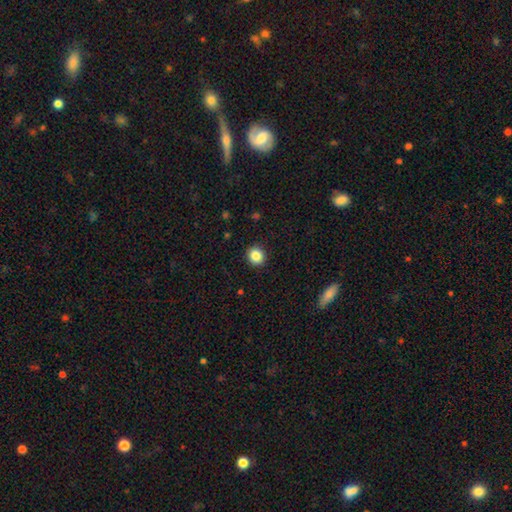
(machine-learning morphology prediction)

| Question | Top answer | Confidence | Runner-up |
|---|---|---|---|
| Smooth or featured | smooth | 86% | star or artifact (10%) |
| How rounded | round | 83% | in between (16%) |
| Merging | none | 92% | minor disturbance (6%) |